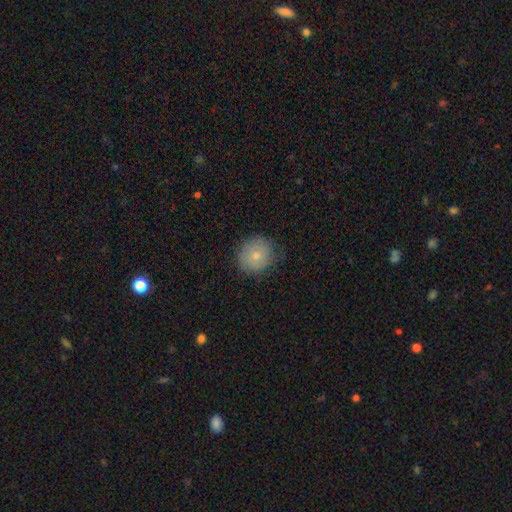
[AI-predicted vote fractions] smooth_or_featured: smooth (p=0.74) [alt: featured or disk p=0.18]
how_rounded: round (p=0.81) [alt: in between p=0.18]
merging: none (p=0.76) [alt: minor disturbance p=0.18]